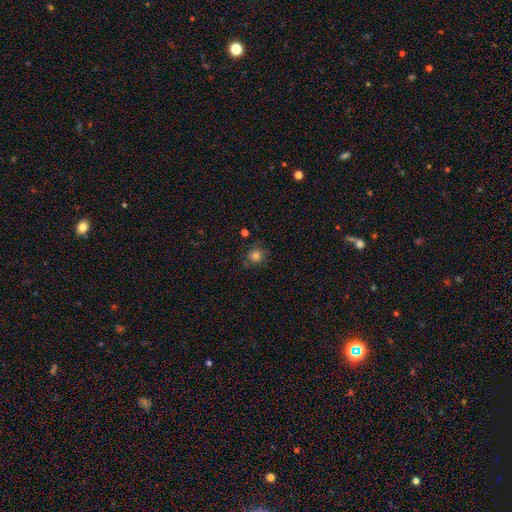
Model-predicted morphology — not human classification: A smooth galaxy with no disk features (80%) that is round (89%). Merging: none (79%).